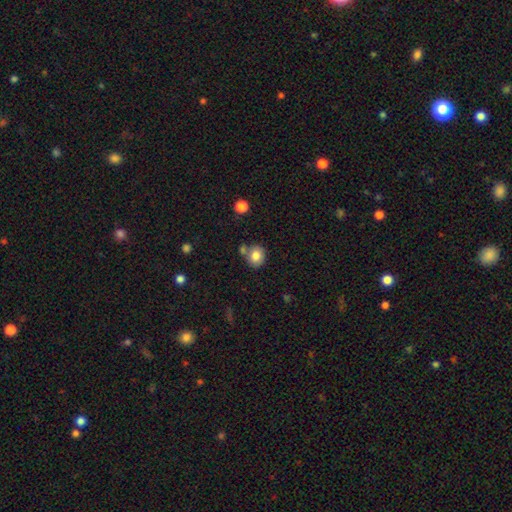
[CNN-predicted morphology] This appears to be a smooth galaxy with no disk features (82%) that is round (65%). Merging: none (64%).